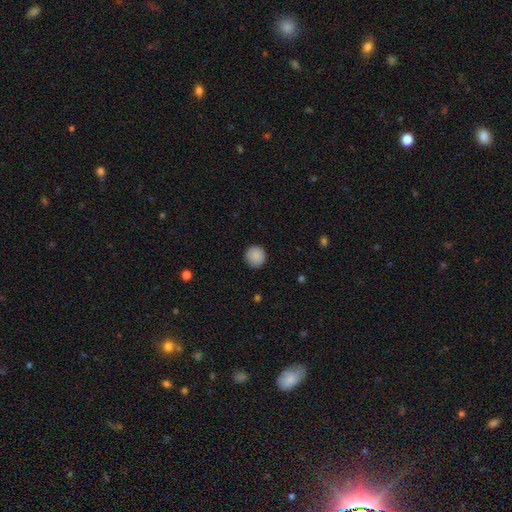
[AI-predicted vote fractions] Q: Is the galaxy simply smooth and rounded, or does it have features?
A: smooth — 89%.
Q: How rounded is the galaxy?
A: round — 94%.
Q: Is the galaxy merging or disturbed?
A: none — 91%.